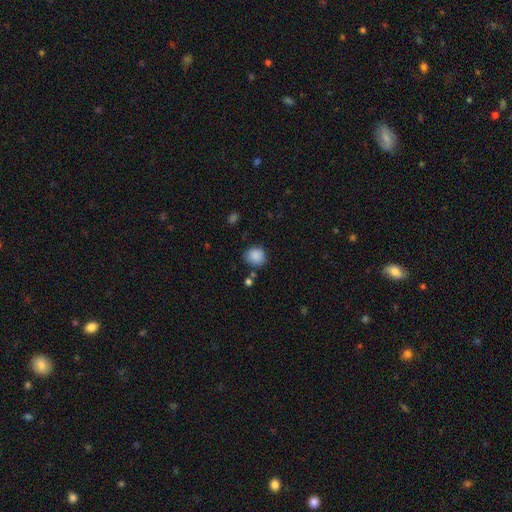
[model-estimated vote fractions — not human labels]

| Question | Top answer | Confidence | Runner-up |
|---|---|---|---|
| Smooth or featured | smooth | 87% | star or artifact (9%) |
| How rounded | round | 82% | in between (17%) |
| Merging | none | 77% | minor disturbance (15%) |